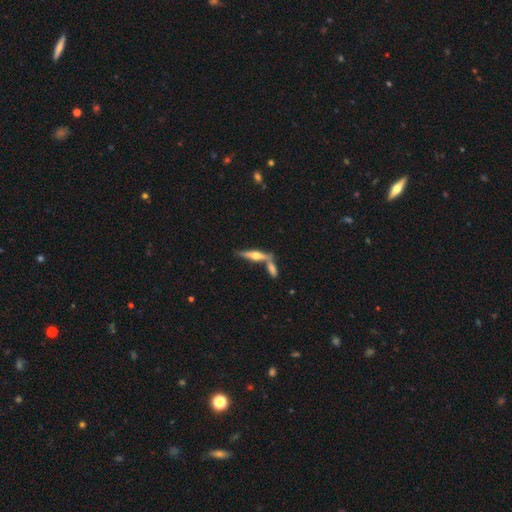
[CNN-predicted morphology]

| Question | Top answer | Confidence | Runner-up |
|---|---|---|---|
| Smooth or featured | featured or disk | 66% | smooth (28%) |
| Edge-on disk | yes | 95% | no (5%) |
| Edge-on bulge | rounded | 93% | boxy (3%) |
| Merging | none | 60% | merger (29%) |